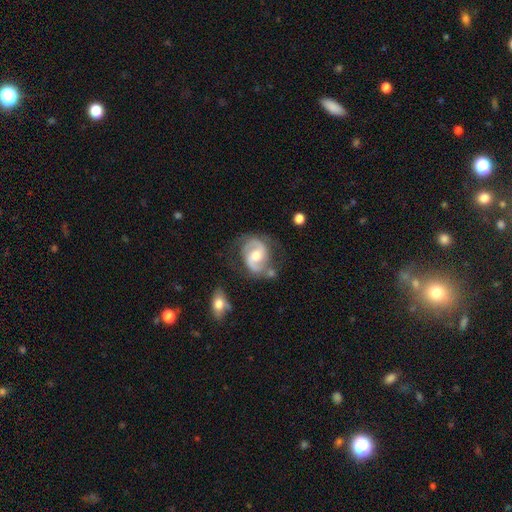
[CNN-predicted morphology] type=featured or disk (85%); edge-on=no (98%); bar=weak (46%); spiral arms=yes (96%); winding=medium (56%); arm count=2 (91%); bulge=moderate (65%); merging=none (63%).